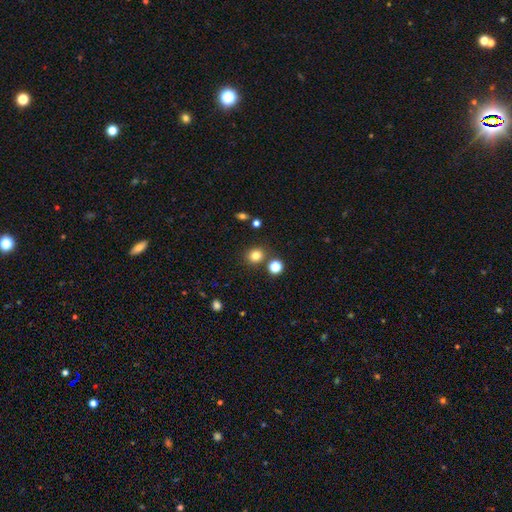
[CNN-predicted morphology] smooth-or-featured: smooth: 81% | star or artifact: 14% | featured or disk: 5%
  how-rounded: round: 79% | in between: 20% | cigar-shaped: 1%
  merging: none: 81% | minor disturbance: 9% | merger: 8% | major disturbance: 3%